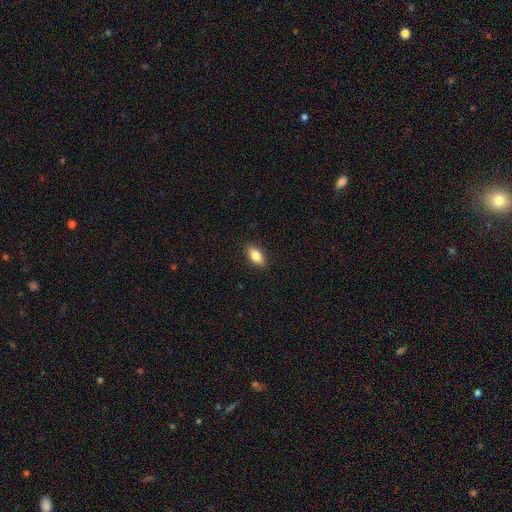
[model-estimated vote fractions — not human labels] Smooth or featured? Predicted: smooth (p=0.81). How rounded? Predicted: in between (p=0.87). Merging? Predicted: none (p=0.89).